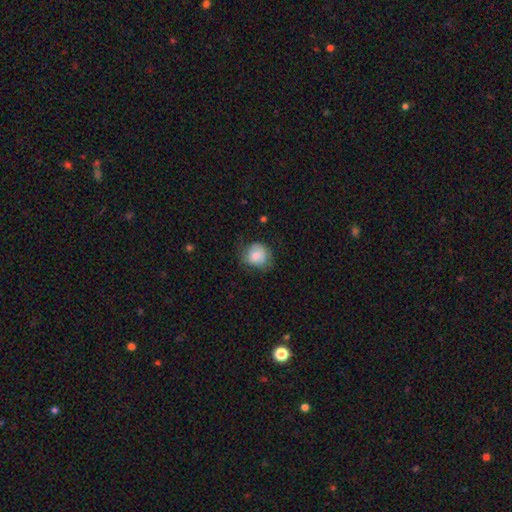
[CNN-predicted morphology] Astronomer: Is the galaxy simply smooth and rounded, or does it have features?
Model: smooth — 74%.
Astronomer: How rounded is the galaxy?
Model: round — 77%.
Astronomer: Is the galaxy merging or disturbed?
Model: none — 65%.